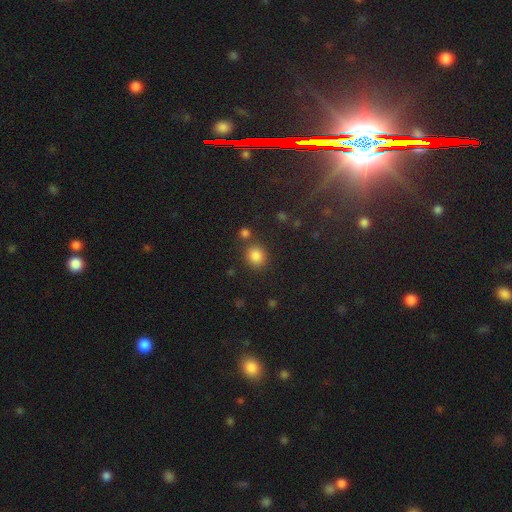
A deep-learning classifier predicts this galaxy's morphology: smooth 84%, star or artifact 12%, featured or disk 4%. Down the decision tree: how rounded — round (81%); merging — none (78%).